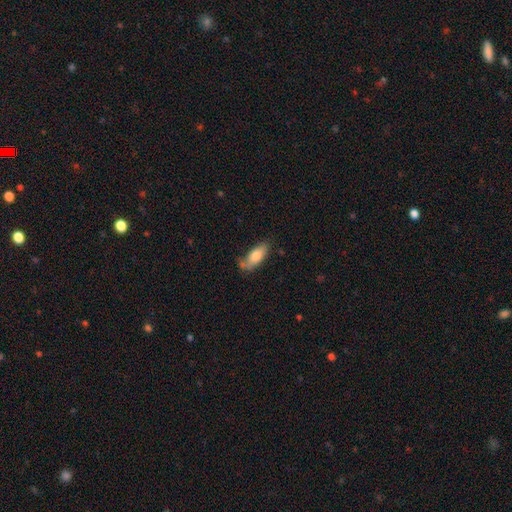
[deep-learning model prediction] A smooth galaxy with no disk features (76%) that is in between round and cigar-shaped (77%).

Vote fractions:
- Smooth or featured? smooth: 76% / featured or disk: 18% / star or artifact: 7%
- How rounded? in between: 77% / cigar-shaped: 21% / round: 2%
- Merging? none: 57% / minor disturbance: 27% / major disturbance: 9% / merger: 7%